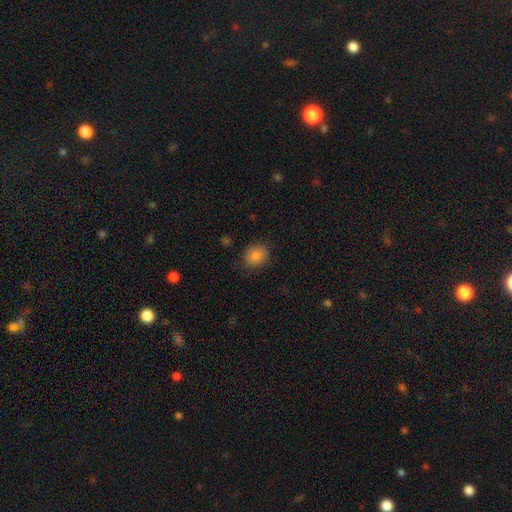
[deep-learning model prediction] Q: Smooth or featured?
A: smooth (83%); runner-up: star or artifact (10%)
Q: How rounded?
A: round (72%); runner-up: in between (27%)
Q: Merging?
A: none (87%); runner-up: minor disturbance (10%)